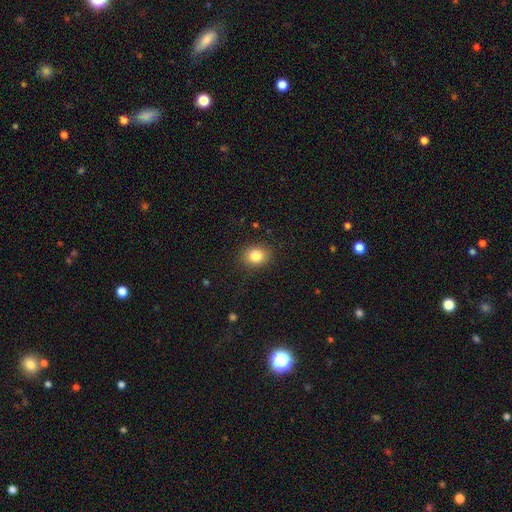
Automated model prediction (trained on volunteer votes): smooth-or-featured: smooth: 83% | star or artifact: 10% | featured or disk: 7%
  how-rounded: round: 57% | in between: 43% | cigar-shaped: 1%
  merging: none: 88% | minor disturbance: 9% | major disturbance: 3% | merger: 1%